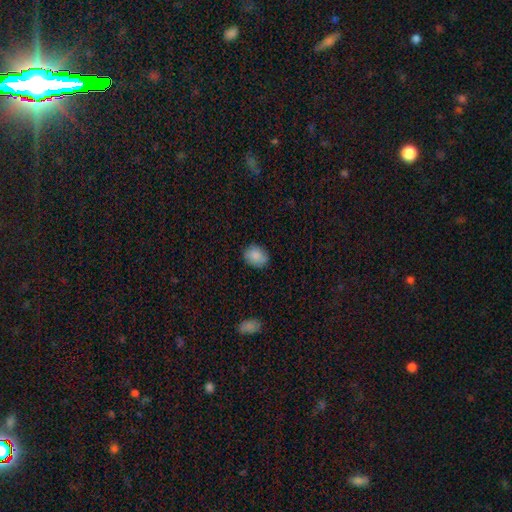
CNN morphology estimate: This appears to be a smooth galaxy with no disk features (86%) that is in between round and cigar-shaped (52%). Merging: none (81%).